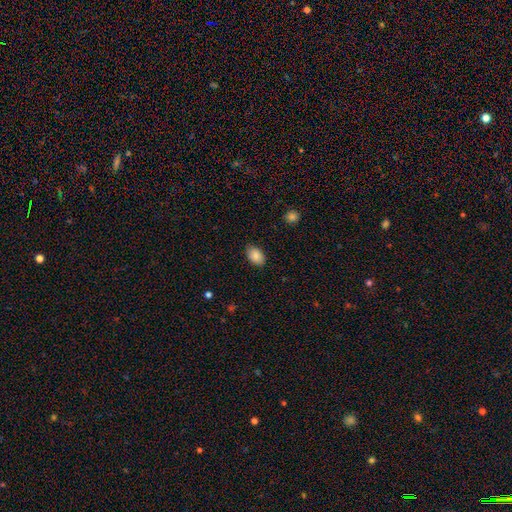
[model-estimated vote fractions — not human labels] A smooth galaxy with no disk features (88%) that is in between round and cigar-shaped (89%). Merging: none (86%).